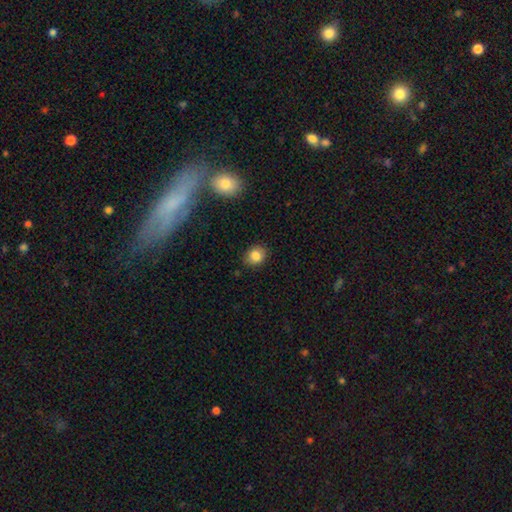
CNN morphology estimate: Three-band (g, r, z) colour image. It shows a smooth galaxy with no disk features (83%) that is round (62%). Merging: none (86%).